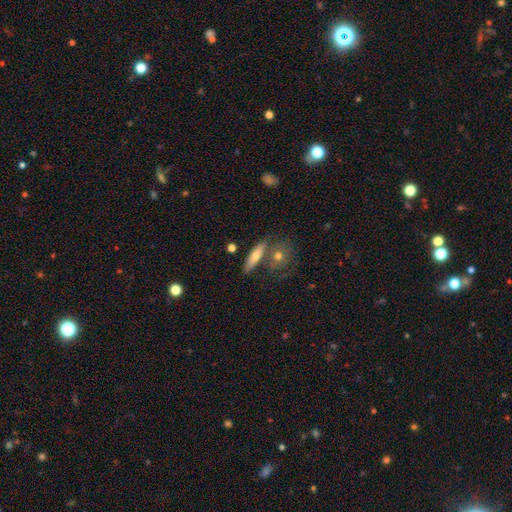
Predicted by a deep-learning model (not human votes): smooth 63%, featured or disk 30%, star or artifact 7%. Down the decision tree: how rounded — cigar-shaped (64%); merging — none (63%).